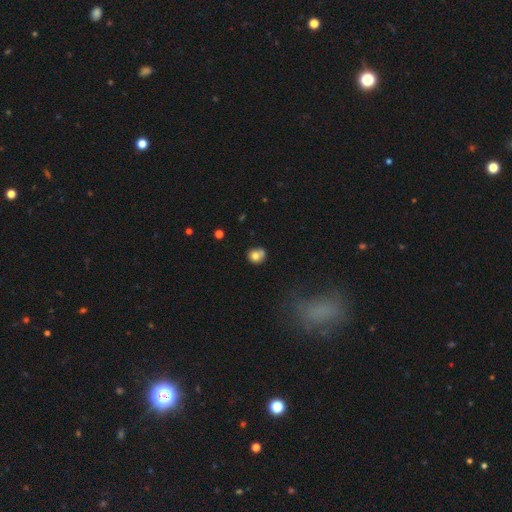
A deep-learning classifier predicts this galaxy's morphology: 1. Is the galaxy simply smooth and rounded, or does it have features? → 75% smooth, 14% featured or disk, 11% star or artifact.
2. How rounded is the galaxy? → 81% round, 18% in between, 1% cigar-shaped.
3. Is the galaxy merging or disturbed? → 56% none, 21% merger, 17% minor disturbance, 6% major disturbance.